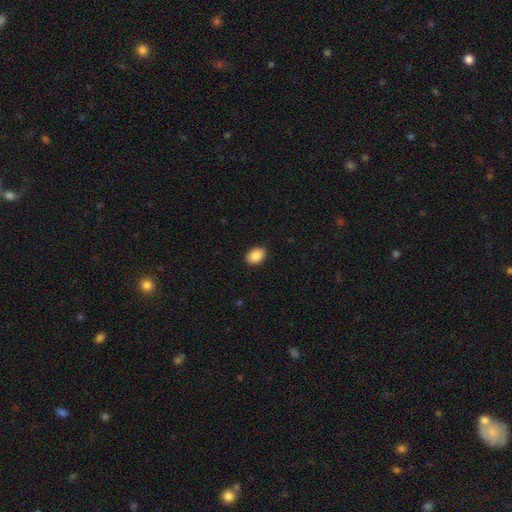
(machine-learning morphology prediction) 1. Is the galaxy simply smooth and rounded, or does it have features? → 90% smooth, 7% star or artifact, 3% featured or disk.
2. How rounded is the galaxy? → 80% in between, 19% round, 1% cigar-shaped.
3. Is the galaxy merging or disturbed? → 89% none, 8% minor disturbance, 2% major disturbance, 1% merger.